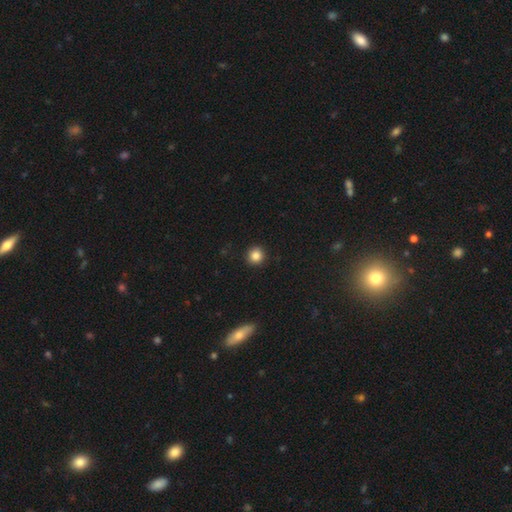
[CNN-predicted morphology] Smooth or featured? Predicted: smooth (p=0.85). How rounded? Predicted: round (p=0.93). Merging? Predicted: none (p=0.92).